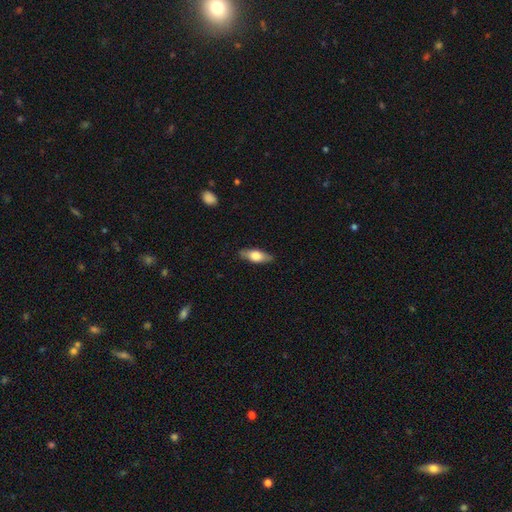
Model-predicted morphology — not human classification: Smooth or featured? Predicted: smooth (p=0.62). How rounded? Predicted: in between (p=0.71). Merging? Predicted: none (p=0.84).